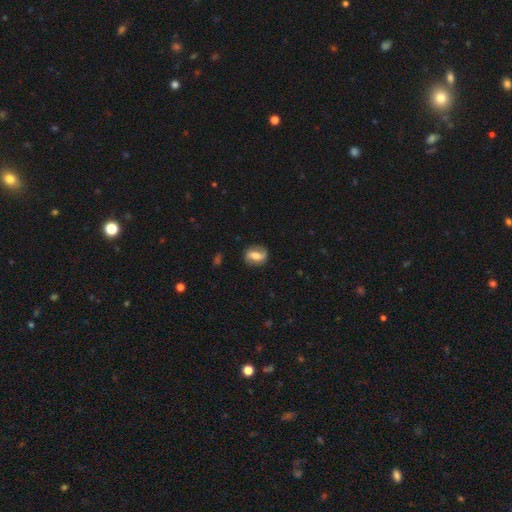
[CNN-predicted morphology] Q: Smooth or featured?
A: featured or disk (56%); runner-up: smooth (36%)
Q: Edge-on disk?
A: no (94%); runner-up: yes (6%)
Q: Bar?
A: weak (39%); runner-up: strong (38%)
Q: Spiral arms?
A: yes (82%); runner-up: no (18%)
Q: Bulge size?
A: moderate (50%); runner-up: small (24%)
Q: Merging?
A: none (75%); runner-up: minor disturbance (17%)